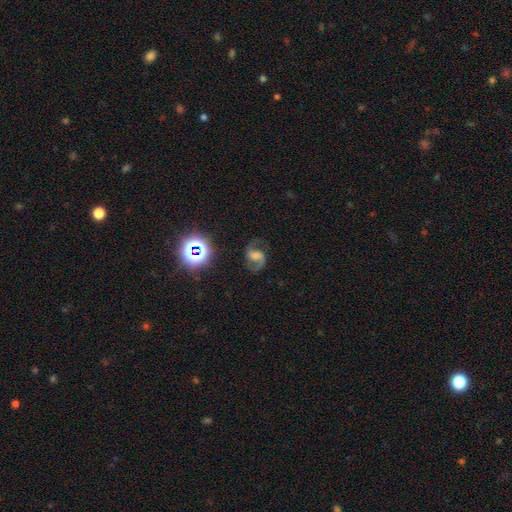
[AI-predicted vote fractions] smooth-or-featured: featured or disk: 84% | star or artifact: 10% | smooth: 6%
  disk-edge-on: no: 98% | yes: 2%
    bar: weak: 48% | no: 28% | strong: 24%
    has-spiral-arms: yes: 97% | no: 3%
      spiral-winding: medium: 51% | loose: 39% | tight: 10%
      spiral-arm-count: 2: 93% | can't tell: 2% | 1: 2% | 3: 1% | 4: 1% | more than 4: 1%
    bulge-size: moderate: 44% | small: 29% | none: 14% | large: 11% | dominant: 2%
  merging: none: 78% | minor disturbance: 13% | major disturbance: 7% | merger: 2%